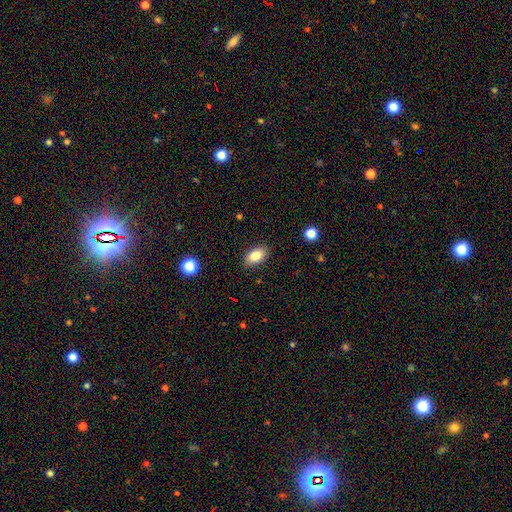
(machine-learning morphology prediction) Overall: smooth (84%). How rounded: in between (91%). Merging: none (87%).